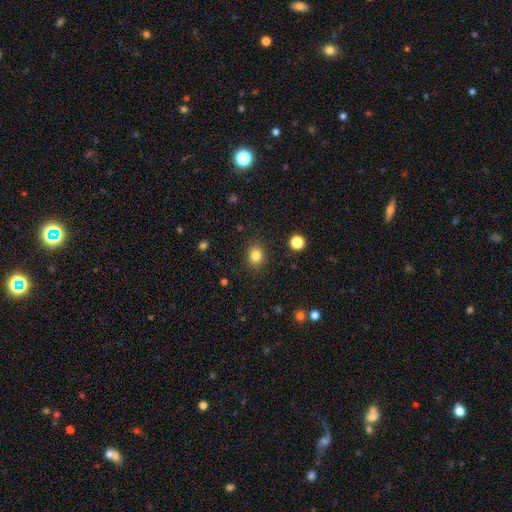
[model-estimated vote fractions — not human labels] smooth_or_featured: smooth (p=0.82) [alt: star or artifact p=0.12]
how_rounded: round (p=0.59) [alt: in between p=0.40]
merging: none (p=0.88) [alt: minor disturbance p=0.08]